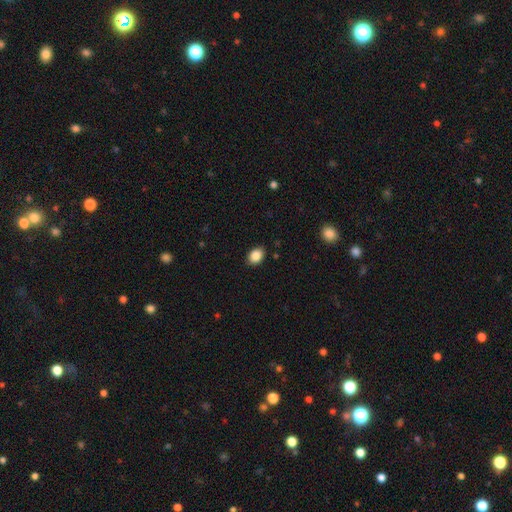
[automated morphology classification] smooth 88%, star or artifact 8%, featured or disk 4%. Down the decision tree: how rounded — in between (68%); merging — none (87%).